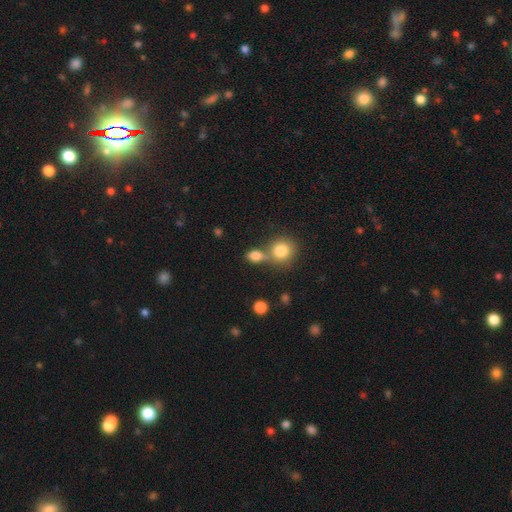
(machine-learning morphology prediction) Smooth or featured? Predicted: smooth (p=0.82). How rounded? Predicted: in between (p=0.62). Merging? Predicted: none (p=0.44).